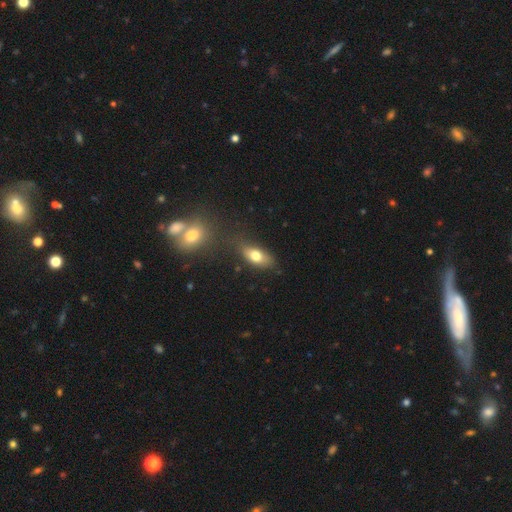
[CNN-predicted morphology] Q: Smooth or featured?
A: smooth (74%); runner-up: featured or disk (17%)
Q: How rounded?
A: in between (83%); runner-up: cigar-shaped (10%)
Q: Merging?
A: none (70%); runner-up: minor disturbance (17%)